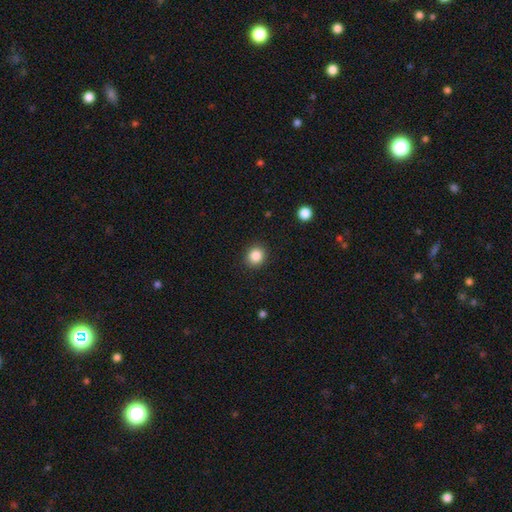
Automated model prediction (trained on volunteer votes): The model was most divided on "how rounded": round: 83%, in between: 16%, cigar-shaped: 1%. More confident: merging — none (90%); smooth or featured — smooth (86%).